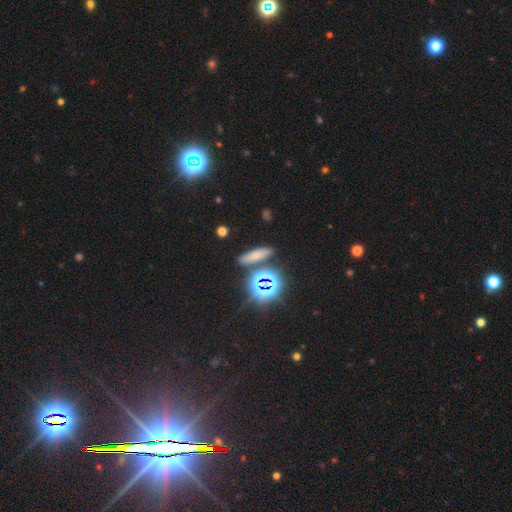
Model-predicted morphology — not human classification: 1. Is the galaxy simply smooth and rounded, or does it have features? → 59% smooth, 28% star or artifact, 13% featured or disk.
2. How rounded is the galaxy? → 62% cigar-shaped, 28% in between, 11% round.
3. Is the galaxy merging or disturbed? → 83% none, 8% minor disturbance, 5% merger, 3% major disturbance.